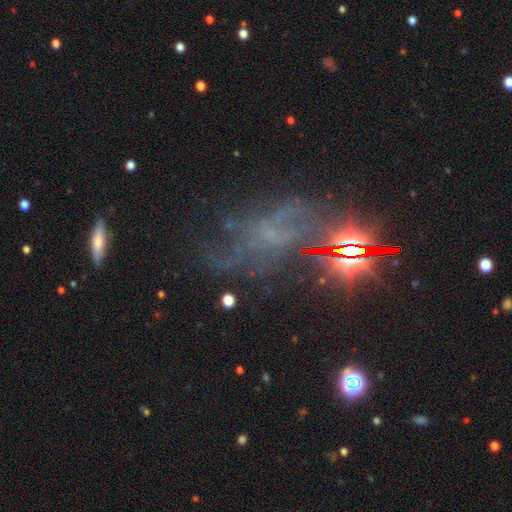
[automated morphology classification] A featured or disk galaxy (44%).

Vote fractions:
- Smooth or featured? featured or disk: 44% / star or artifact: 41% / smooth: 15%
- Merging? none: 45% / major disturbance: 29% / minor disturbance: 17% / merger: 9%